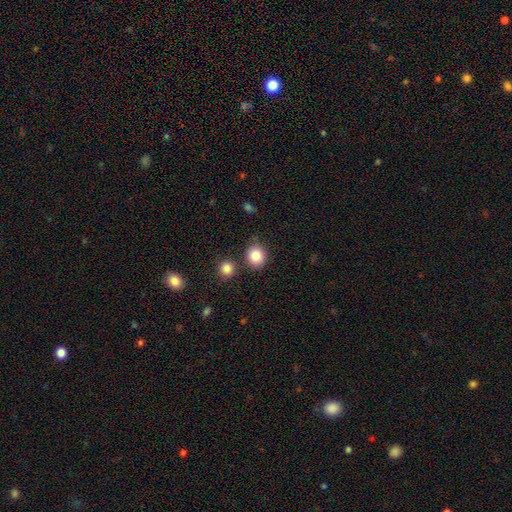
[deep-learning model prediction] smooth 86%, star or artifact 9%, featured or disk 5%. Down the decision tree: how rounded — round (73%); merging — none (77%).